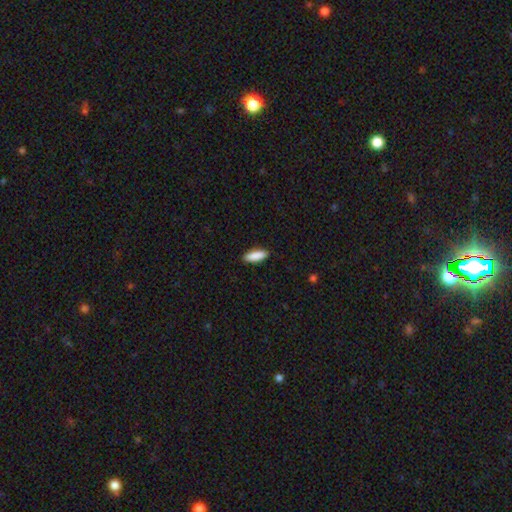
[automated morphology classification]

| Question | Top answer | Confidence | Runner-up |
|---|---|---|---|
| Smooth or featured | smooth | 90% | star or artifact (6%) |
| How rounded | in between | 63% | cigar-shaped (35%) |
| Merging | none | 90% | minor disturbance (7%) |